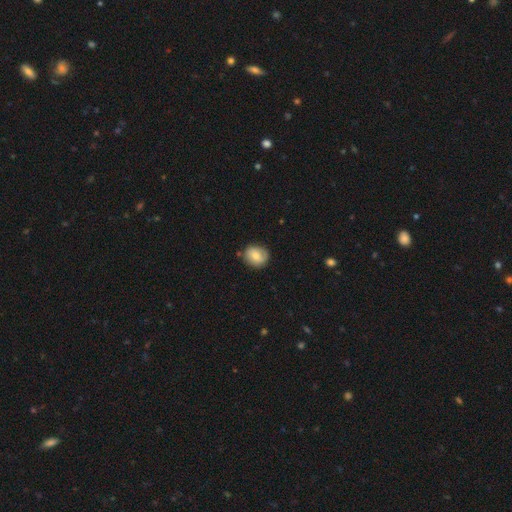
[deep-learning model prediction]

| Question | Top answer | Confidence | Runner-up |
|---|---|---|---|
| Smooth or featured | smooth | 70% | featured or disk (22%) |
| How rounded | round | 70% | in between (29%) |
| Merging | none | 74% | minor disturbance (19%) |